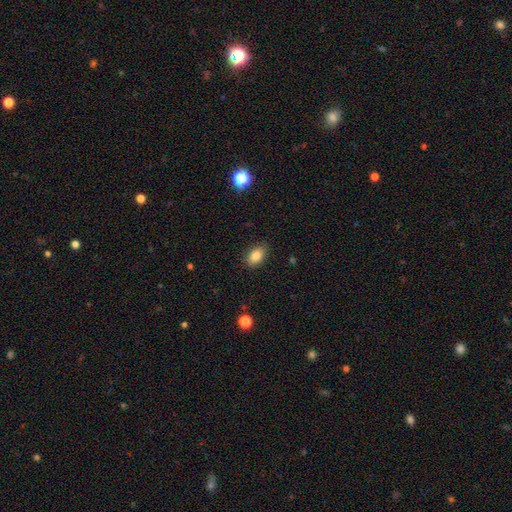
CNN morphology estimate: This is clearly a smooth galaxy (84%). How rounded: clearly in between (86%). Merging: clearly none (85%).